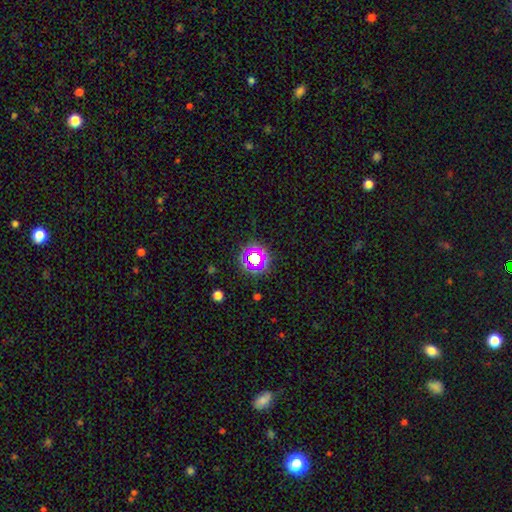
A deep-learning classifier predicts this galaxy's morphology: The model was most divided on "smooth or featured": star or artifact: 59%, smooth: 28%, featured or disk: 13%.